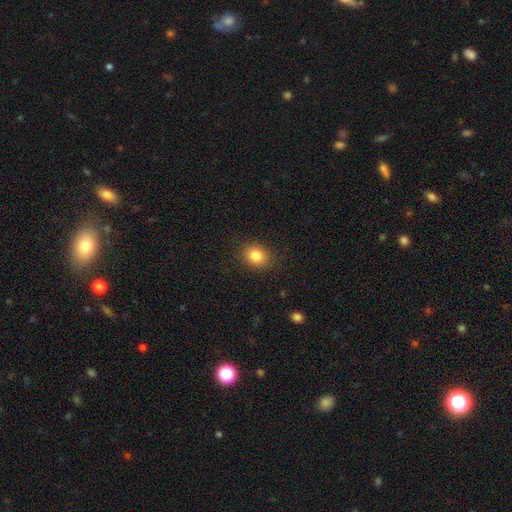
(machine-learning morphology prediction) The model was most divided on "how rounded": round: 54%, in between: 45%, cigar-shaped: 1%. More confident: merging — none (87%); smooth or featured — smooth (84%).